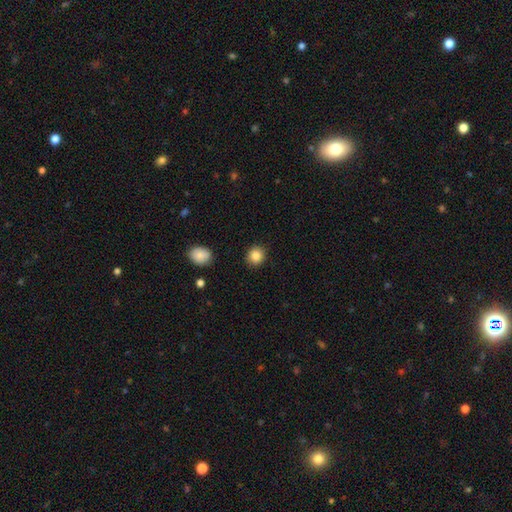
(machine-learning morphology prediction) The model was most divided on "how rounded": round: 86%, in between: 13%, cigar-shaped: 1%. More confident: merging — none (91%); smooth or featured — smooth (86%).